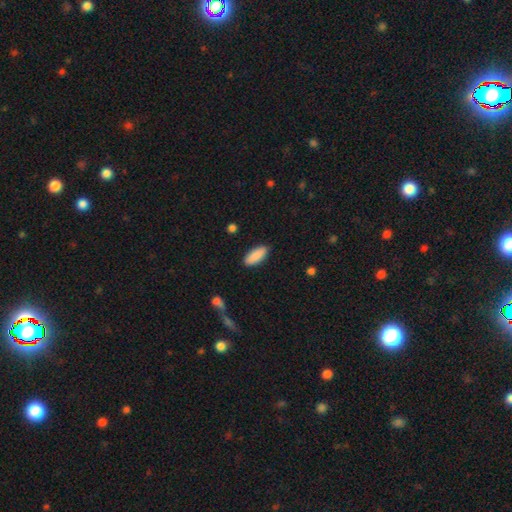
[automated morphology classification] This is clearly a smooth galaxy (89%). How rounded: likely in between (77%). Merging: clearly none (87%).